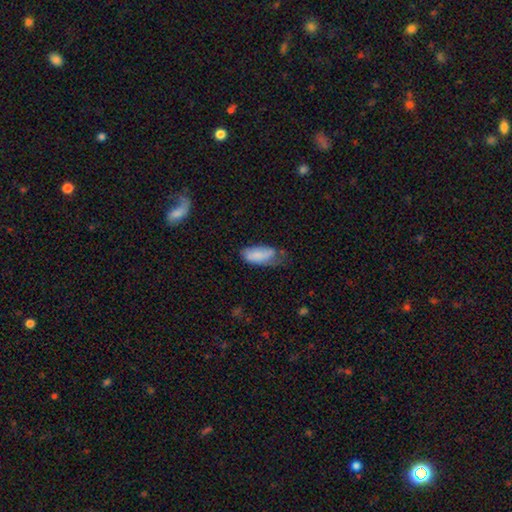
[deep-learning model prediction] A smooth galaxy with no disk features (79%) that is in between round and cigar-shaped (89%). Merging: minor disturbance (41%).